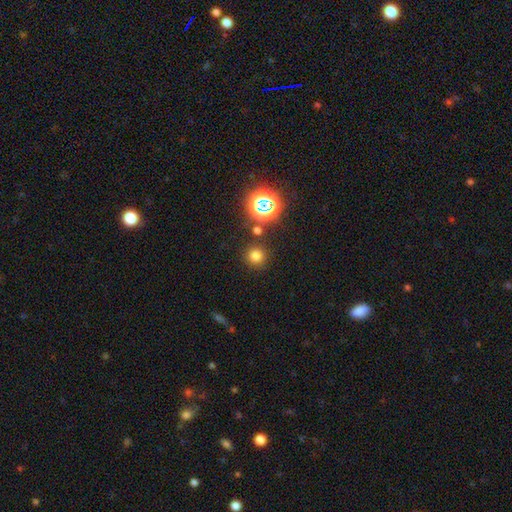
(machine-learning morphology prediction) type=smooth (71%); roundness=round (95%); merging=none (86%).